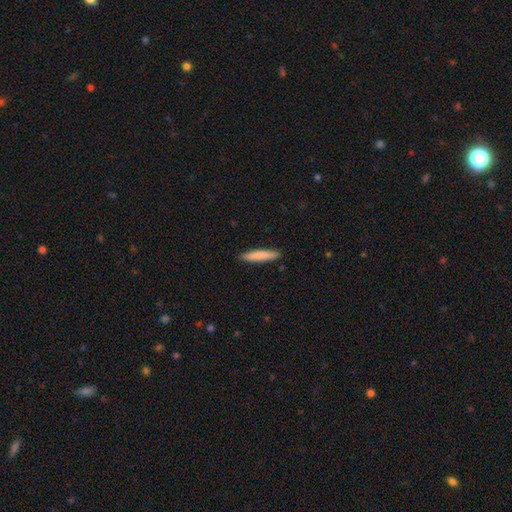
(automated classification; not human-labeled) Smooth or featured? smooth (78%)
How rounded? cigar-shaped (93%)
Merging? none (91%)